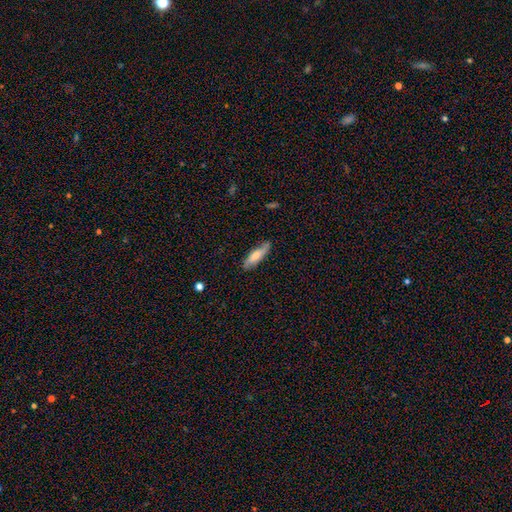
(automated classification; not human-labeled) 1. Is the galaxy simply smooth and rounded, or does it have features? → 67% smooth, 27% featured or disk, 6% star or artifact.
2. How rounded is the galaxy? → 60% cigar-shaped, 39% in between, 2% round.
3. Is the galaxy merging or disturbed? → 78% none, 17% minor disturbance, 3% major disturbance, 2% merger.